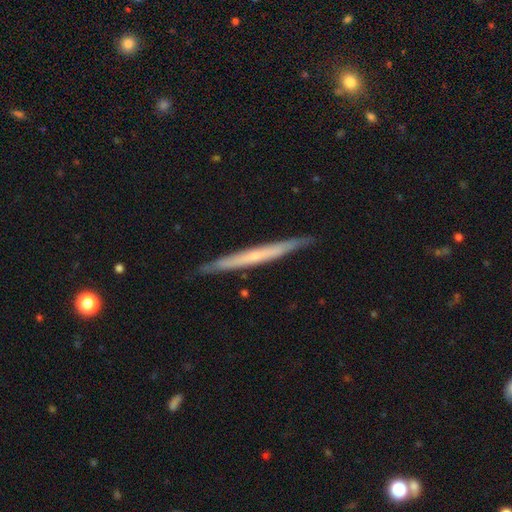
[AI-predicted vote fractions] A featured or disk galaxy (60%) viewed edge-on (95%) with no central bulge (69%).

Vote fractions:
- Smooth or featured? featured or disk: 60% / smooth: 34% / star or artifact: 6%
- Edge-on disk? yes: 95% / no: 5%
- Edge-on bulge? none: 69% / rounded: 27% / boxy: 4%
- Merging? none: 88% / minor disturbance: 9% / major disturbance: 1% / merger: 1%